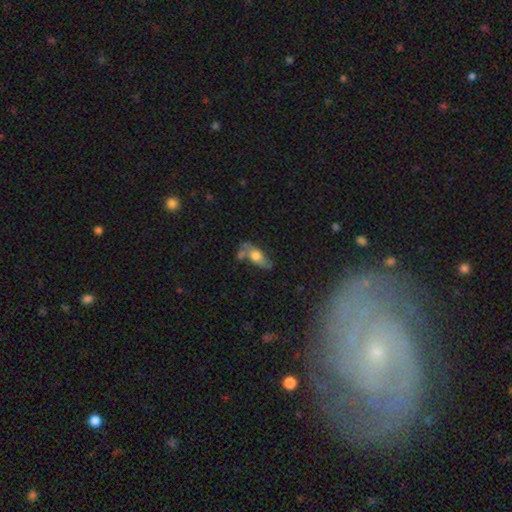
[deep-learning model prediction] Smooth or featured? smooth (46%)
Merging? none (47%)